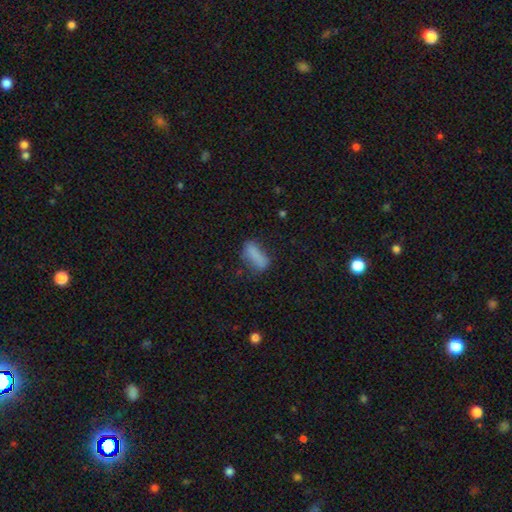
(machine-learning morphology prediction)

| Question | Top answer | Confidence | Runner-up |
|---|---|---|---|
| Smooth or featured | smooth | 80% | featured or disk (11%) |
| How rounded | in between | 61% | cigar-shaped (36%) |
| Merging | none | 60% | minor disturbance (25%) |